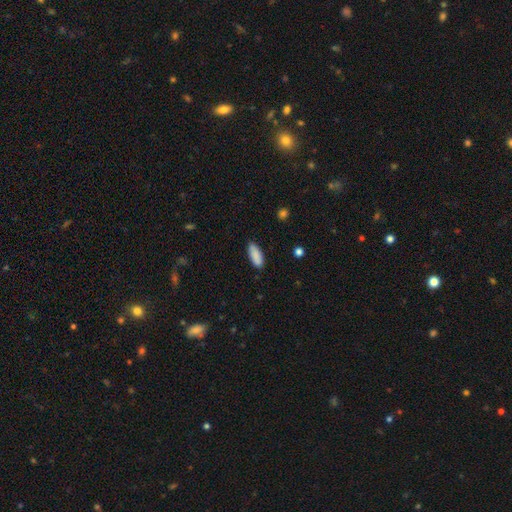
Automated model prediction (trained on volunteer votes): Morphology: type=smooth (89%); roundness=in between (78%); merging=none (84%).